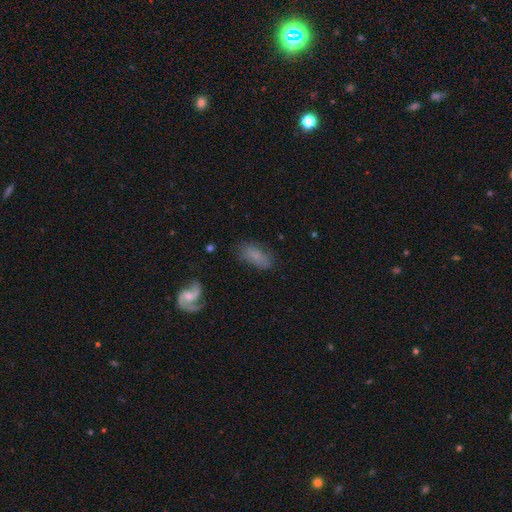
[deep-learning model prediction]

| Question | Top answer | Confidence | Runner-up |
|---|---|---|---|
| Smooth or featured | smooth | 63% | featured or disk (28%) |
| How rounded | in between | 88% | cigar-shaped (8%) |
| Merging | none | 63% | minor disturbance (24%) |